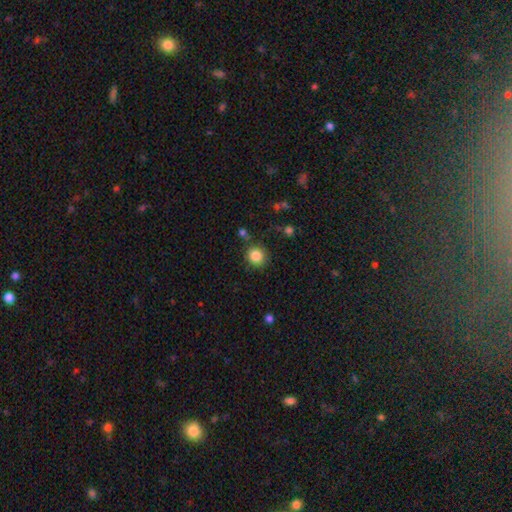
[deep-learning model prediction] smooth_or_featured: smooth (p=0.85) [alt: star or artifact p=0.10]
how_rounded: round (p=0.90) [alt: in between p=0.09]
merging: none (p=0.83) [alt: minor disturbance p=0.09]